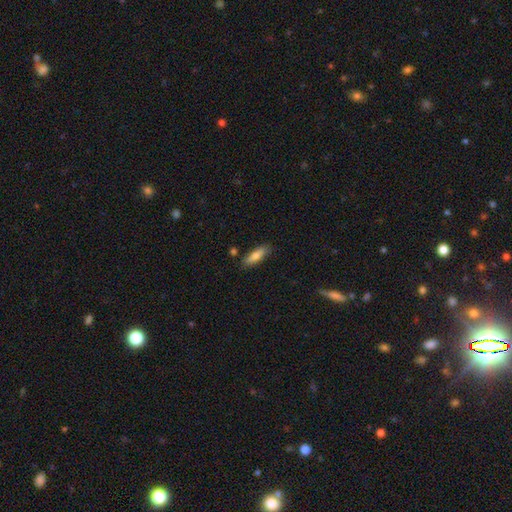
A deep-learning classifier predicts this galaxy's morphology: This is likely a smooth galaxy (75%). How rounded: possibly cigar-shaped (52%). Merging: likely none (80%).